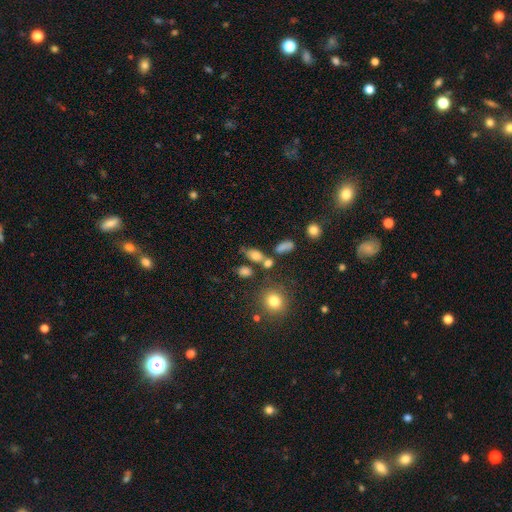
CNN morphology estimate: smooth 73%, star or artifact 14%, featured or disk 13%. Down the decision tree: how rounded — in between (74%); merging — none (51%).